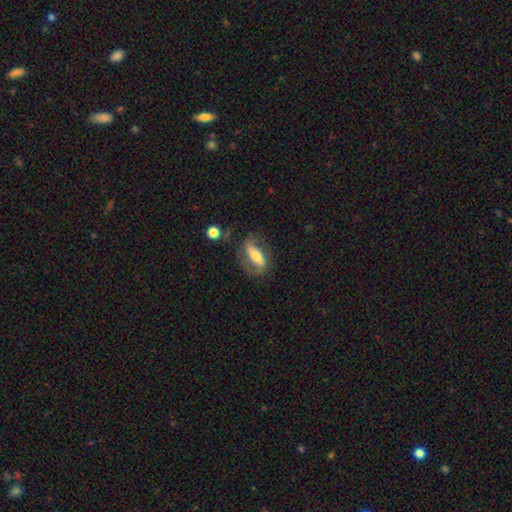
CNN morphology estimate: Smooth or featured?
  - featured or disk: 61% *
  - smooth: 32%
  - star or artifact: 7%
Edge-on disk?
  - no: 83% *
  - yes: 17%
Bar?
  - strong: 56% *
  - weak: 22%
  - no: 22%
Spiral arms?
  - yes: 75% *
  - no: 25%
Bulge size?
  - moderate: 53% *
  - small: 30%
  - large: 12%
  - none: 3%
  - dominant: 2%
Merging?
  - none: 62% *
  - minor disturbance: 20%
  - major disturbance: 15%
  - merger: 3%